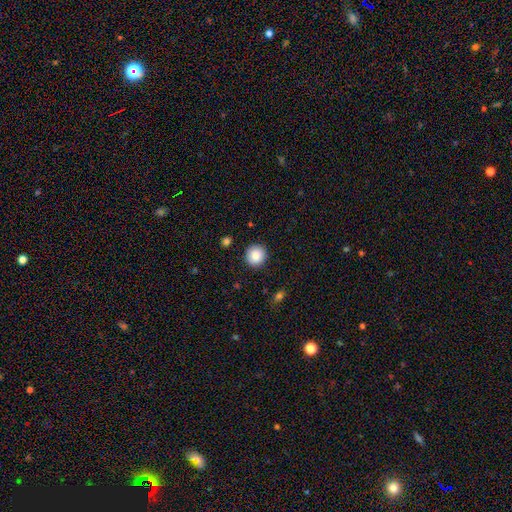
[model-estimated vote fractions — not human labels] The model was most divided on "smooth or featured": smooth: 85%, star or artifact: 8%, featured or disk: 6%. More confident: how rounded — round (93%); merging — none (91%).